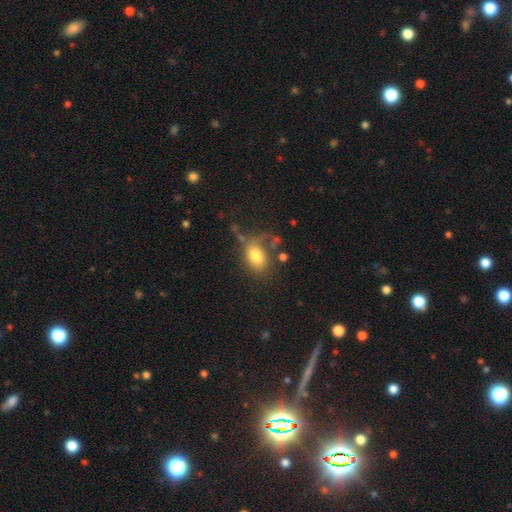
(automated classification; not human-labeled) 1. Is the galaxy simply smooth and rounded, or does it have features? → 77% smooth, 13% featured or disk, 10% star or artifact.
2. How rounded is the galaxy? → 77% in between, 21% round, 2% cigar-shaped.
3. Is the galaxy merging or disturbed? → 49% none, 21% minor disturbance, 19% major disturbance, 11% merger.